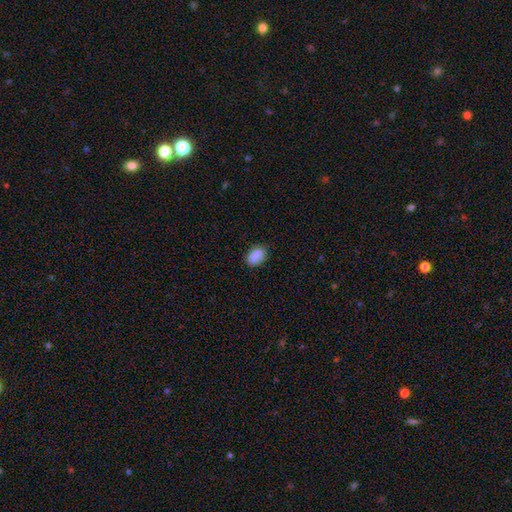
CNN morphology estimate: Q: Smooth or featured?
A: smooth (86%); runner-up: star or artifact (9%)
Q: How rounded?
A: in between (83%); runner-up: round (15%)
Q: Merging?
A: none (78%); runner-up: minor disturbance (17%)